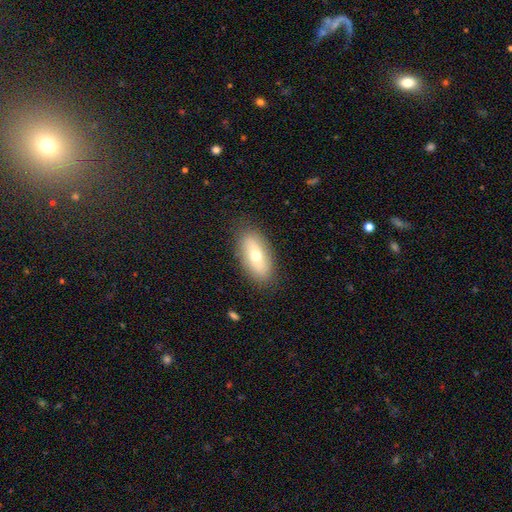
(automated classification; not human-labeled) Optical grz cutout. It shows a smooth galaxy with no disk features (62%) that is in between round and cigar-shaped (87%). Merging: none (85%).